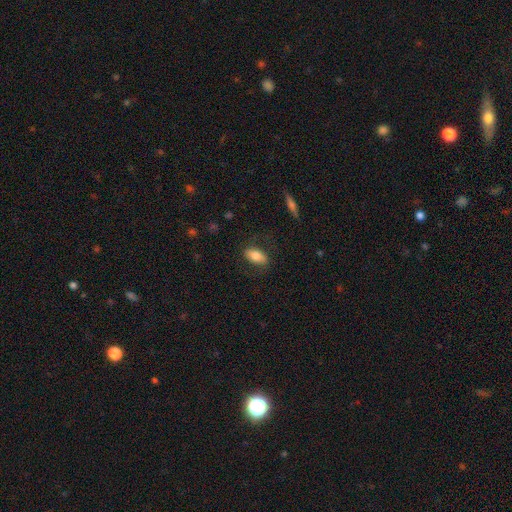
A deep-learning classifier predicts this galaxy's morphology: The model was most divided on "smooth or featured": smooth: 74%, featured or disk: 19%, star or artifact: 7%. More confident: how rounded — in between (88%); merging — none (77%).